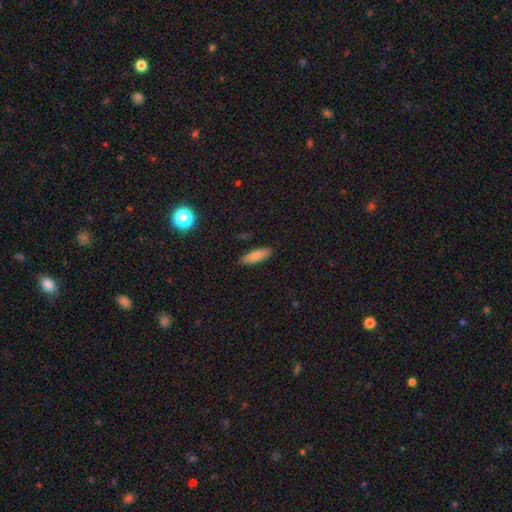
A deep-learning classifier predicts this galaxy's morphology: Smooth or featured: smooth — 82% (featured or disk — 10%)
How rounded: in between — 59% (cigar-shaped — 39%)
Merging: none — 86% (minor disturbance — 10%)